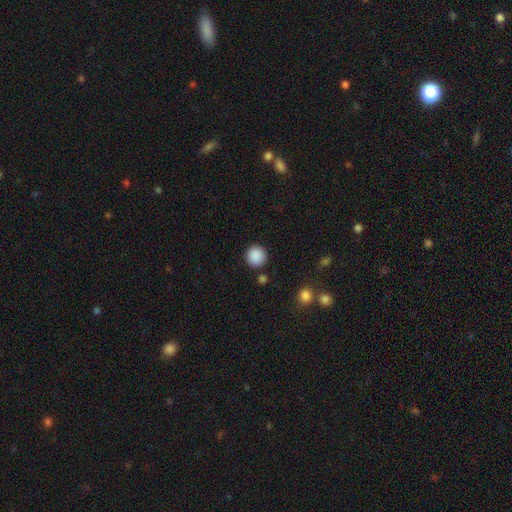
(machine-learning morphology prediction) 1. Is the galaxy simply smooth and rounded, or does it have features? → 89% smooth, 9% star or artifact, 3% featured or disk.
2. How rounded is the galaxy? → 94% round, 5% in between, 1% cigar-shaped.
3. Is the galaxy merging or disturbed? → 89% none, 6% minor disturbance, 3% merger, 2% major disturbance.